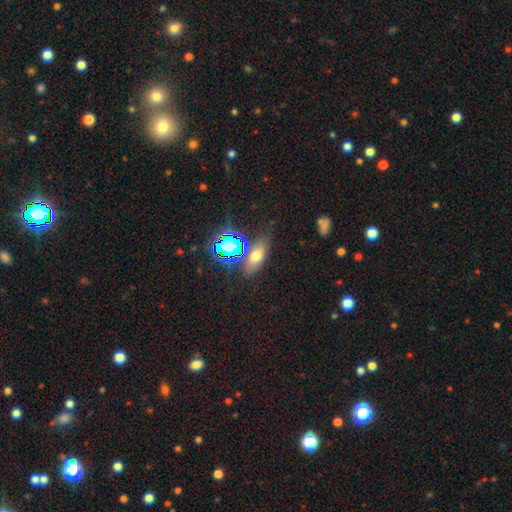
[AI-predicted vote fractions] This appears to be a smooth galaxy with no disk features (59%) that is in between round and cigar-shaped (73%). Merging: none (73%).